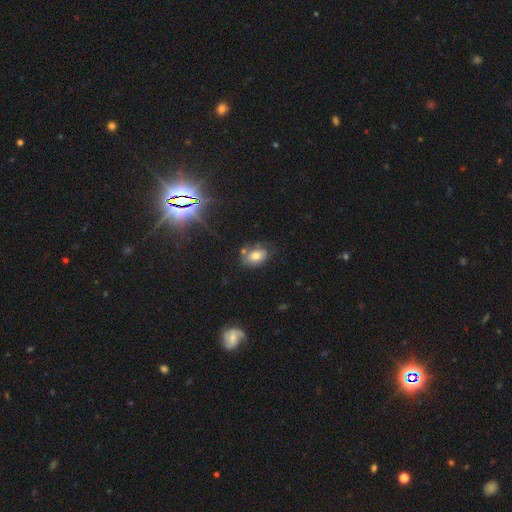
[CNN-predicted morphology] This is likely a smooth galaxy (70%). How rounded: likely in between (77%). Merging: possibly none (60%).